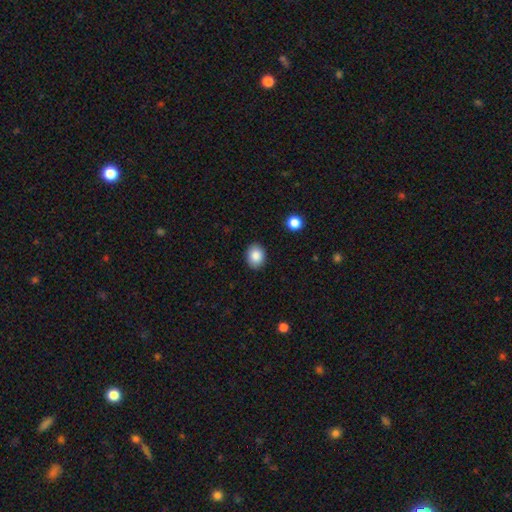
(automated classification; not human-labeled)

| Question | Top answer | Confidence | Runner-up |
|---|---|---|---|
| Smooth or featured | smooth | 87% | star or artifact (8%) |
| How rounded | in between | 52% | round (47%) |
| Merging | none | 89% | minor disturbance (8%) |